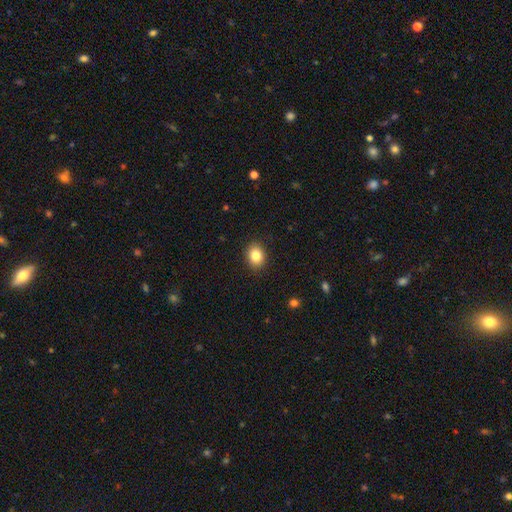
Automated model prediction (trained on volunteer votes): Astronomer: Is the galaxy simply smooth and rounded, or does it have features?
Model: smooth — 85%.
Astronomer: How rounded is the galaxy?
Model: in between — 57% (runner-up: round, 42%).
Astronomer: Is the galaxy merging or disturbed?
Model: none — 89%.